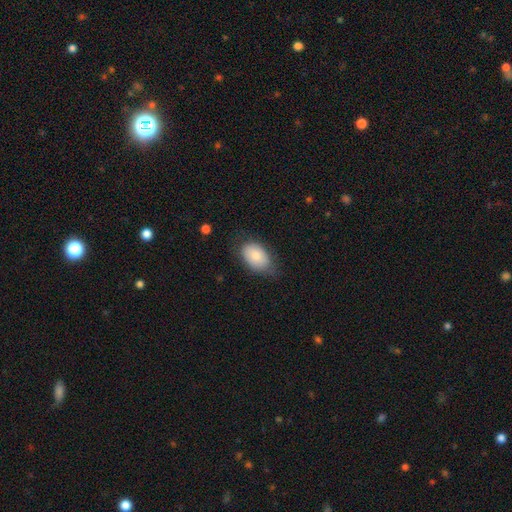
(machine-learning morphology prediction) Smooth or featured? Predicted: smooth (p=0.77). How rounded? Predicted: in between (p=0.88). Merging? Predicted: none (p=0.68).